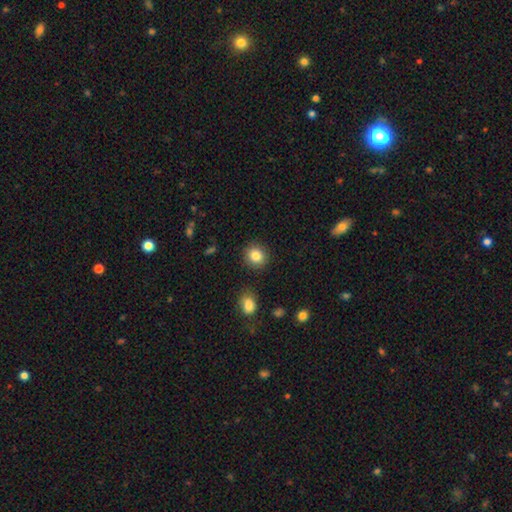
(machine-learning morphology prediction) smooth 84%, star or artifact 9%, featured or disk 6%. Down the decision tree: how rounded — round (82%); merging — none (88%).